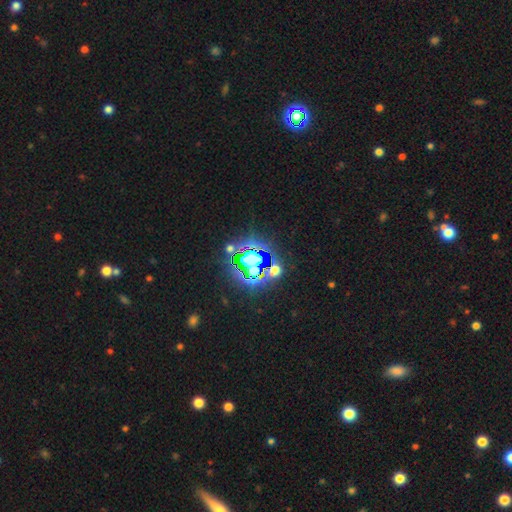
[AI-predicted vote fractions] smooth_or_featured: star or artifact (p=0.82) [alt: smooth p=0.11]